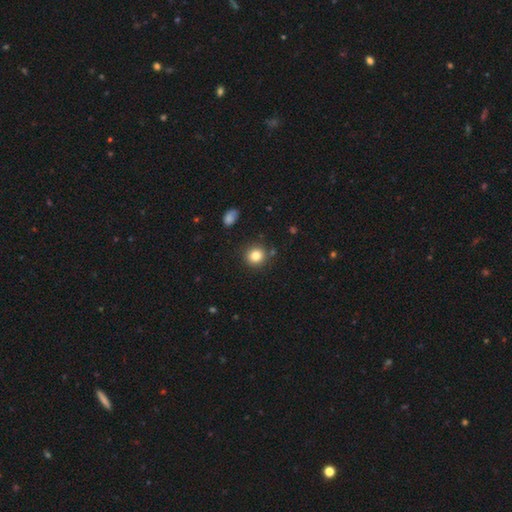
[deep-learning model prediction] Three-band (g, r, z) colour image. It shows a smooth galaxy with no disk features (83%) that is round (90%). Merging: none (87%).